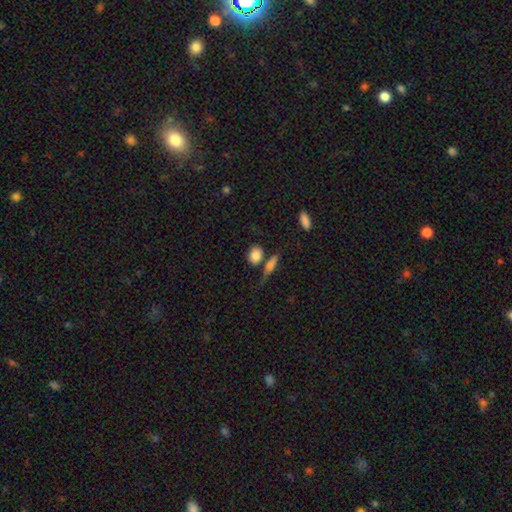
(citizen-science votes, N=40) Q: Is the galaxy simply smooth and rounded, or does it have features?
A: smooth — 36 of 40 (90%).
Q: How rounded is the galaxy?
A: in between — 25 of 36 (69%).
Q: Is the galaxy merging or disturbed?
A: none — 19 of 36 (53%).